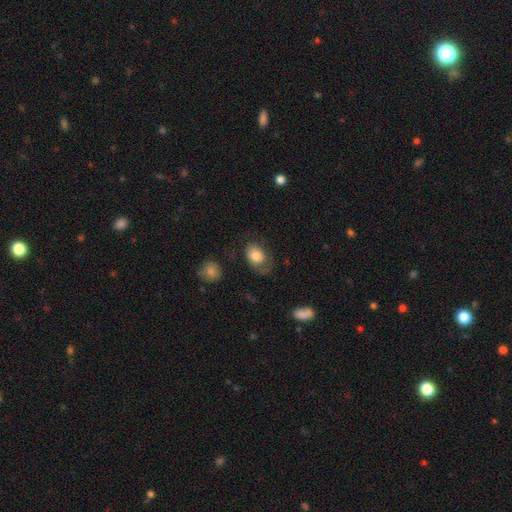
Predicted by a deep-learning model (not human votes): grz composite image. It shows a smooth galaxy with no disk features (71%) that is in between round and cigar-shaped (75%). Merging: none (47%).